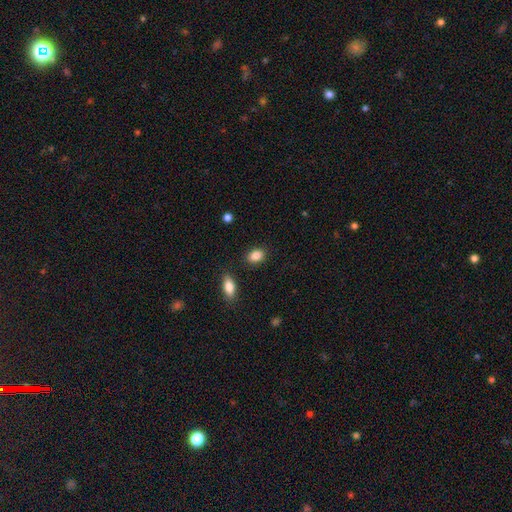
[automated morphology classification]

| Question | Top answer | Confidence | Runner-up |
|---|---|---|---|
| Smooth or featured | smooth | 87% | star or artifact (8%) |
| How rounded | in between | 78% | round (20%) |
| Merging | none | 86% | minor disturbance (9%) |